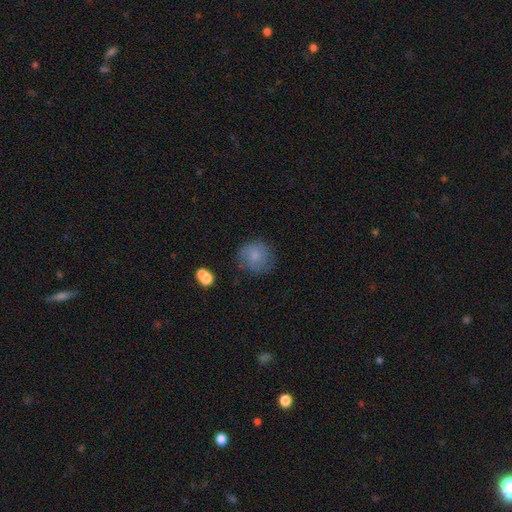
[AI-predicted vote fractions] This is likely a smooth galaxy (74%). How rounded: clearly round (87%). Merging: likely none (68%).